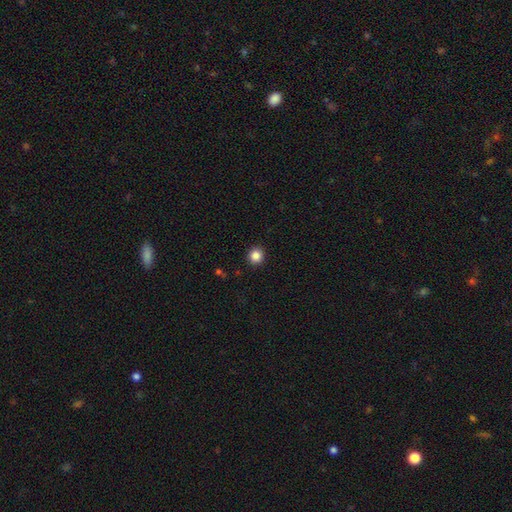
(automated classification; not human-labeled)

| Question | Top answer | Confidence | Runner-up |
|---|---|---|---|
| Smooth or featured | smooth | 86% | star or artifact (11%) |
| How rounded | round | 90% | in between (9%) |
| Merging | none | 91% | minor disturbance (6%) |